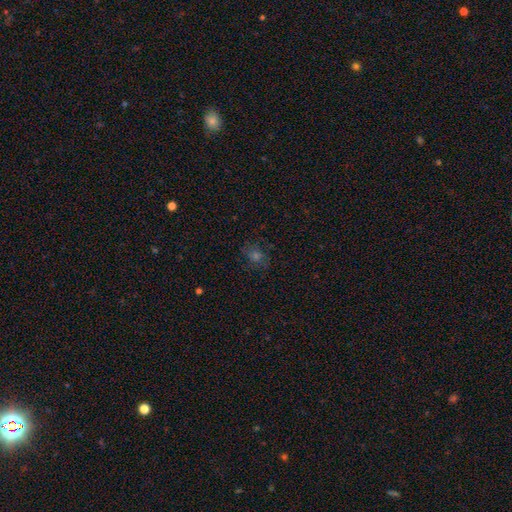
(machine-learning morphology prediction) A smooth galaxy with no disk features (43%).

Vote fractions:
- Smooth or featured? smooth: 43% / star or artifact: 34% / featured or disk: 23%
- Merging? none: 80% / minor disturbance: 13% / major disturbance: 6% / merger: 1%